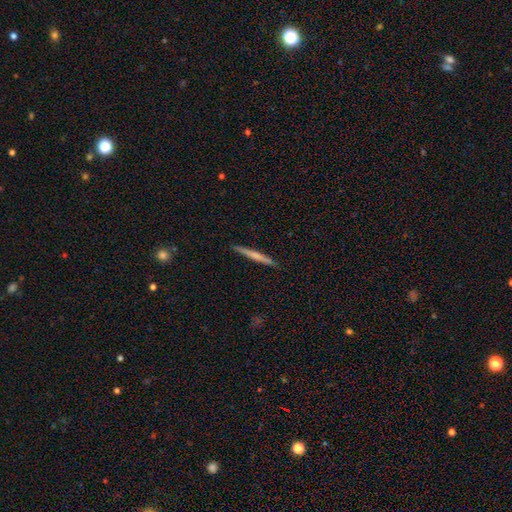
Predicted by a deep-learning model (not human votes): Smooth or featured: smooth — 56% (featured or disk — 38%)
How rounded: cigar-shaped — 97% (in between — 2%)
Merging: none — 91% (minor disturbance — 6%)